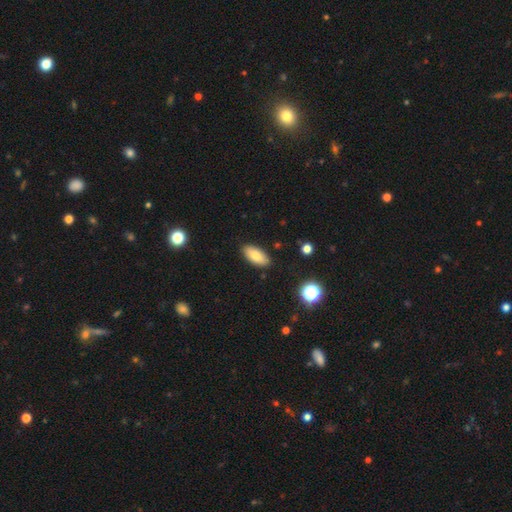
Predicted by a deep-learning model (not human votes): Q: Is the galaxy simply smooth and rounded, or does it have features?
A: smooth — 82%.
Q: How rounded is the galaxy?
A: in between — 88%.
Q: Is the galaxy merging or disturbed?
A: none — 87%.